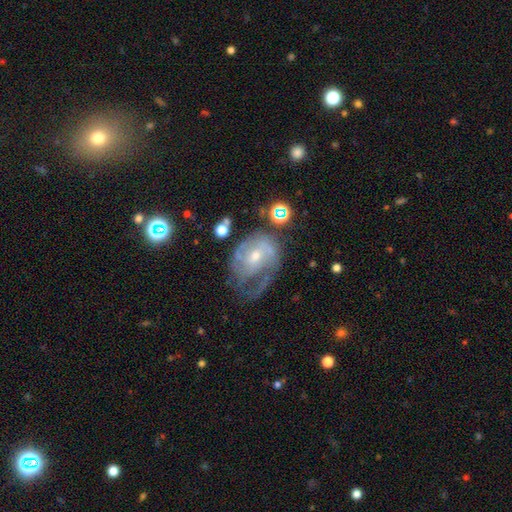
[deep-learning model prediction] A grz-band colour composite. It shows a featured or disk galaxy (77%) with no bar (49%), tight (43%) spiral arms (85%) and a small central bulge (53%). Merging: none (42%).